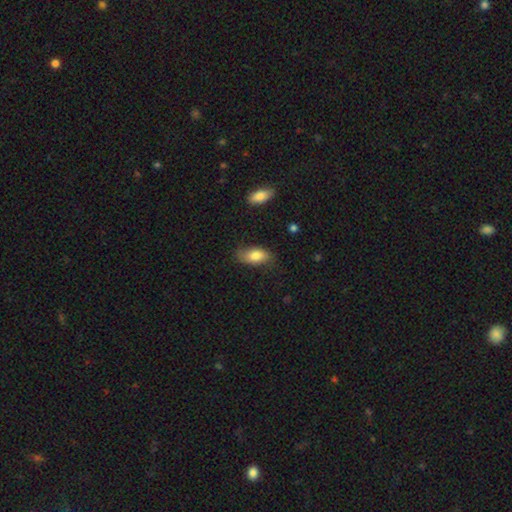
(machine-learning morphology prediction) smooth 80%, featured or disk 13%, star or artifact 7%. Down the decision tree: how rounded — in between (92%); merging — none (70%).